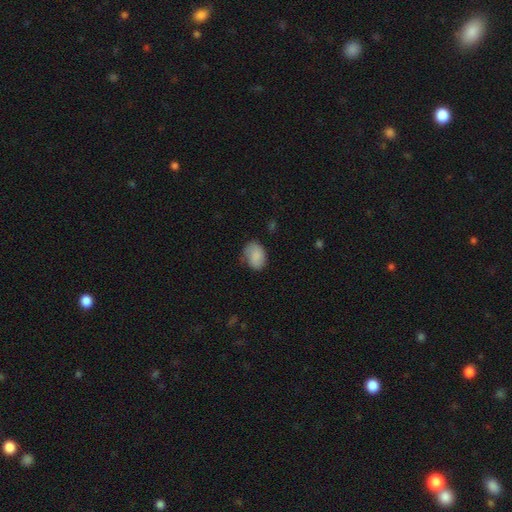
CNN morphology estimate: Smooth or featured? smooth (81%)
How rounded? in between (75%)
Merging? none (60%)